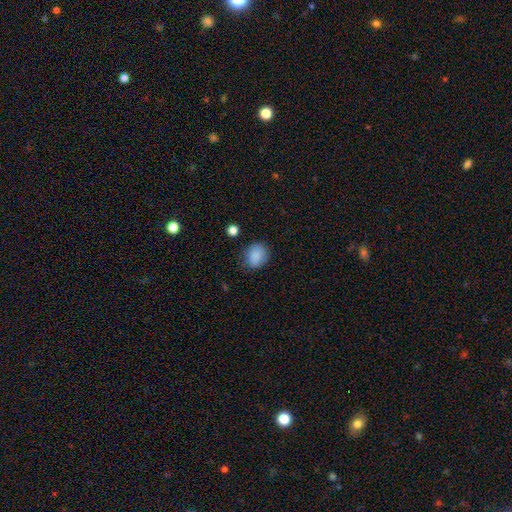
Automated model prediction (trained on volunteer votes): smooth 87%, star or artifact 8%, featured or disk 4%. Down the decision tree: how rounded — round (54%); merging — none (76%).